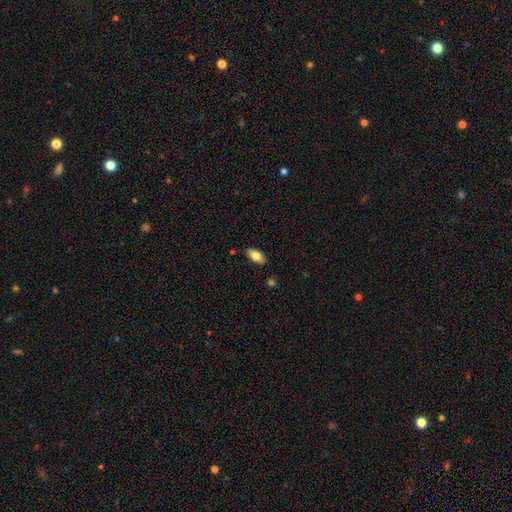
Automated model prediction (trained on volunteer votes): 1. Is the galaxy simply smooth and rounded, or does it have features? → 78% smooth, 15% featured or disk, 7% star or artifact.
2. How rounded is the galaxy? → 90% in between, 8% cigar-shaped, 2% round.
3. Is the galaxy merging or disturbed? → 86% none, 11% minor disturbance, 2% major disturbance, 2% merger.